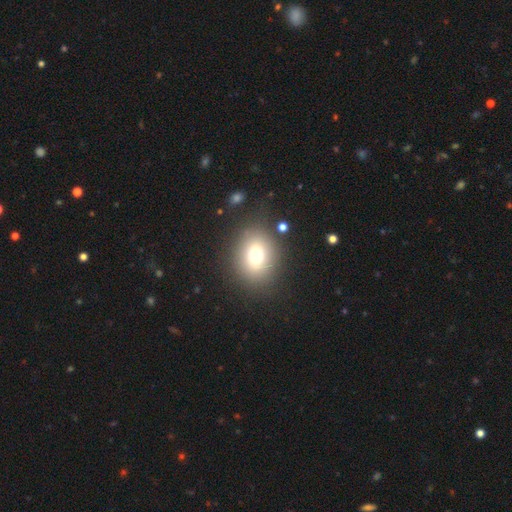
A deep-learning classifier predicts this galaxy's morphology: This appears to be a smooth galaxy with no disk features (73%) that is round (59%). Merging: none (82%).